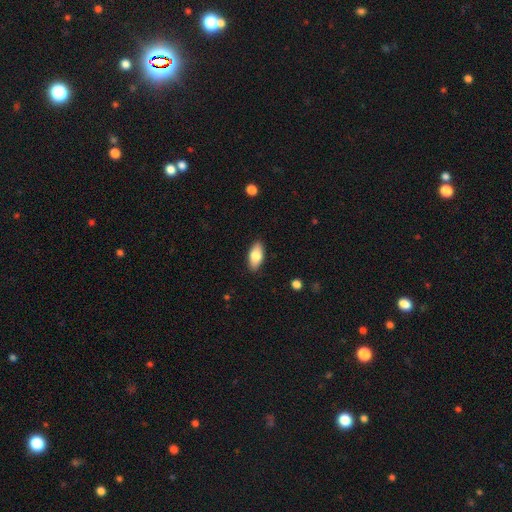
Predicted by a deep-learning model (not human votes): Morphology: type=smooth (79%); roundness=in between (90%); merging=none (88%).